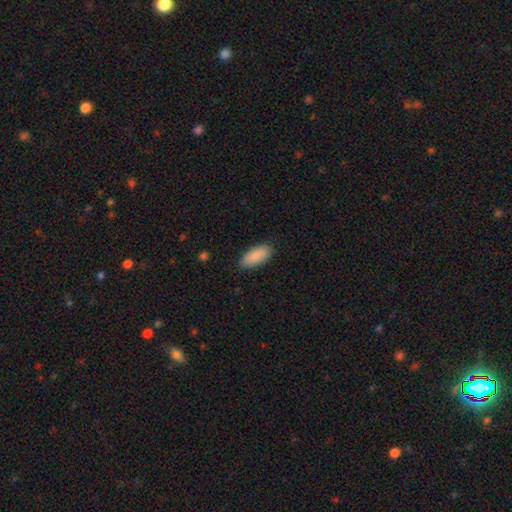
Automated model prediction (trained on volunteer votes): This appears to be a smooth galaxy with no disk features (89%) that is in between round and cigar-shaped (84%). Merging: none (87%).